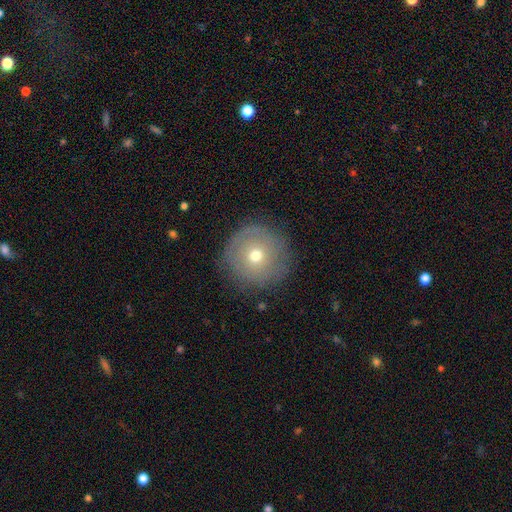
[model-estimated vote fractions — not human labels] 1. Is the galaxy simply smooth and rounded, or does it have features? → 61% smooth, 27% featured or disk, 12% star or artifact.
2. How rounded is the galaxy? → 95% round, 4% in between, 1% cigar-shaped.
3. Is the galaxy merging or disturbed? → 83% none, 11% minor disturbance, 4% major disturbance, 1% merger.